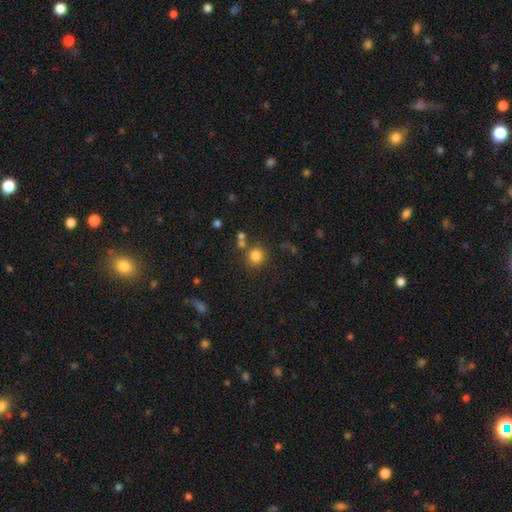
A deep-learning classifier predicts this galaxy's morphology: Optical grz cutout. It shows a smooth galaxy with no disk features (82%) that is round (90%). Merging: none (75%).